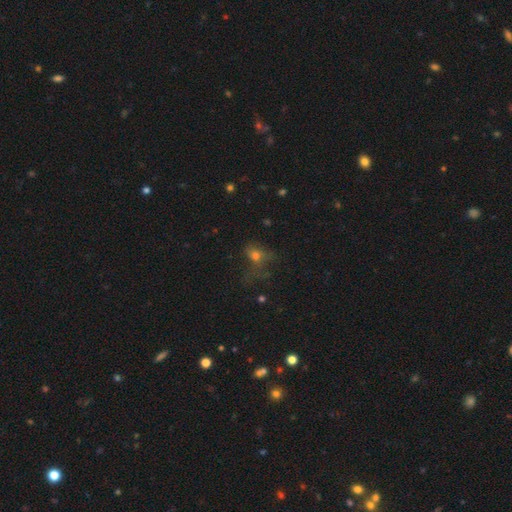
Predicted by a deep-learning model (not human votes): smooth 57%, star or artifact 23%, featured or disk 20%. Down the decision tree: how rounded — in between (54%); merging — major disturbance (37%, tied with none).